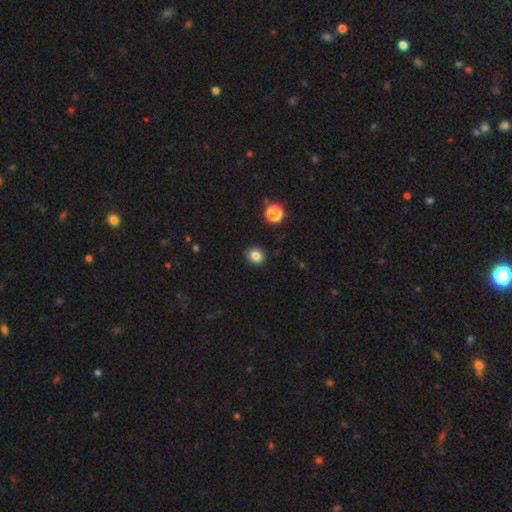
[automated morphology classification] smooth 82%, star or artifact 12%, featured or disk 6%. Down the decision tree: how rounded — round (87%); merging — none (90%).